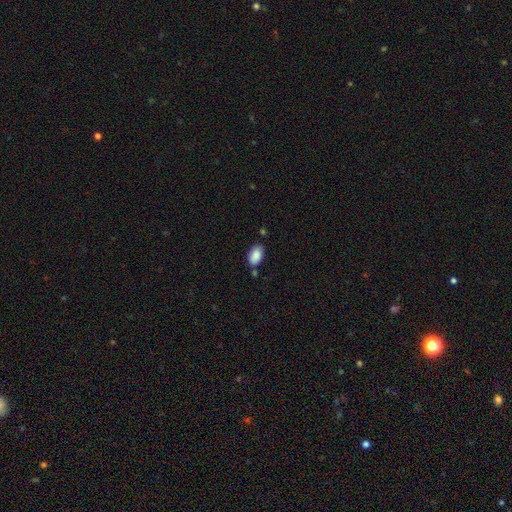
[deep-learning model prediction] A smooth galaxy with no disk features (88%) that is in between round and cigar-shaped (92%).

Vote fractions:
- Smooth or featured? smooth: 88% / star or artifact: 7% / featured or disk: 5%
- How rounded? in between: 92% / round: 7% / cigar-shaped: 1%
- Merging? none: 74% / minor disturbance: 16% / merger: 7% / major disturbance: 3%